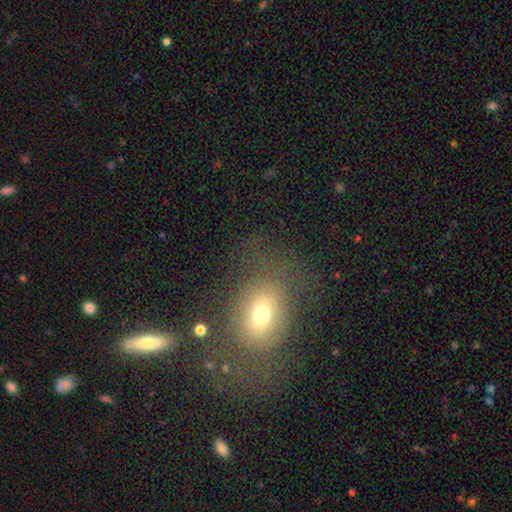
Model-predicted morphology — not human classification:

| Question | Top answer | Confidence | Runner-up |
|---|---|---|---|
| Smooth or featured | smooth | 60% | featured or disk (22%) |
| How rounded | in between | 66% | round (31%) |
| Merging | none | 64% | minor disturbance (17%) |